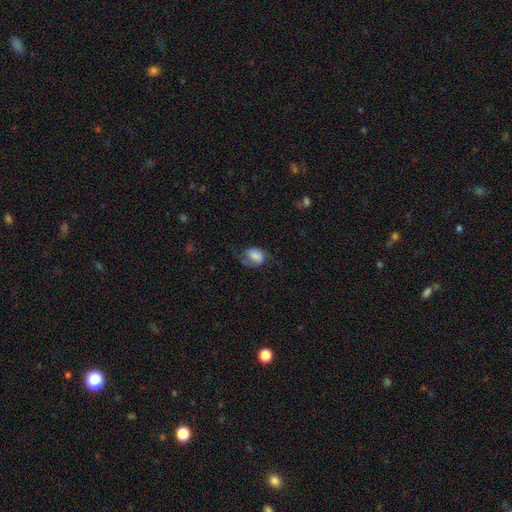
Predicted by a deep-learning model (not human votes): A smooth galaxy with no disk features (68%) that is in between round and cigar-shaped (73%).

Vote fractions:
- Smooth or featured? smooth: 68% / featured or disk: 23% / star or artifact: 9%
- How rounded? in between: 73% / round: 25% / cigar-shaped: 1%
- Merging? none: 44% / minor disturbance: 30% / major disturbance: 24% / merger: 2%